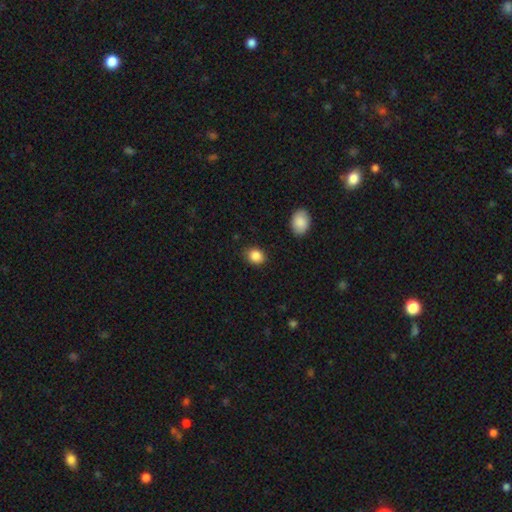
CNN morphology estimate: Q: Smooth or featured?
A: smooth (87%); runner-up: star or artifact (9%)
Q: How rounded?
A: round (58%); runner-up: in between (41%)
Q: Merging?
A: none (86%); runner-up: minor disturbance (10%)